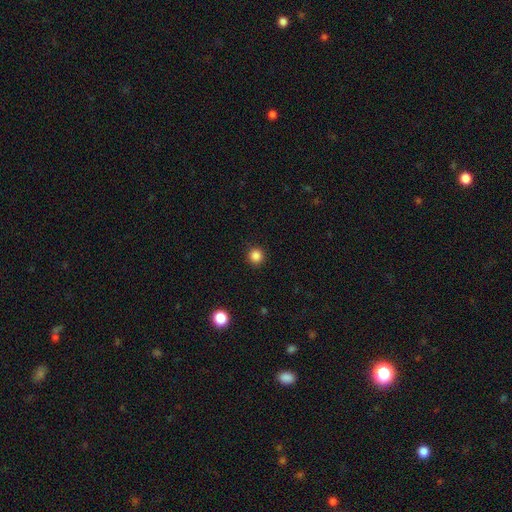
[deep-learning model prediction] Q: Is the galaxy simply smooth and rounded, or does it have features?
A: smooth — 85%.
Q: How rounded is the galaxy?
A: round — 95%.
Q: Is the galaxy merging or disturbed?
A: none — 92%.